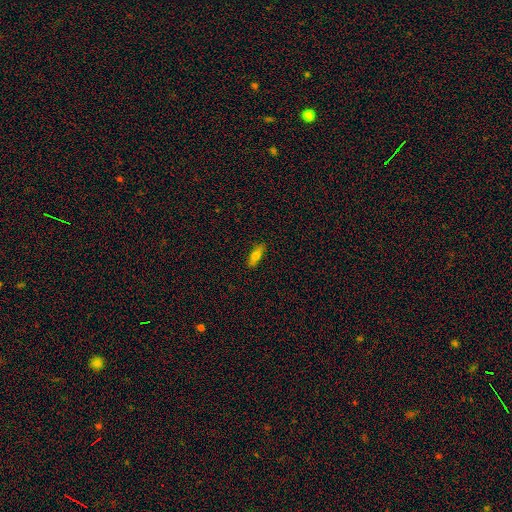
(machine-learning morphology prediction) A smooth galaxy with no disk features (70%) that is in between round and cigar-shaped (56%).

Vote fractions:
- Smooth or featured? smooth: 70% / featured or disk: 23% / star or artifact: 8%
- How rounded? in between: 56% / cigar-shaped: 41% / round: 3%
- Merging? none: 86% / minor disturbance: 10% / major disturbance: 2% / merger: 1%